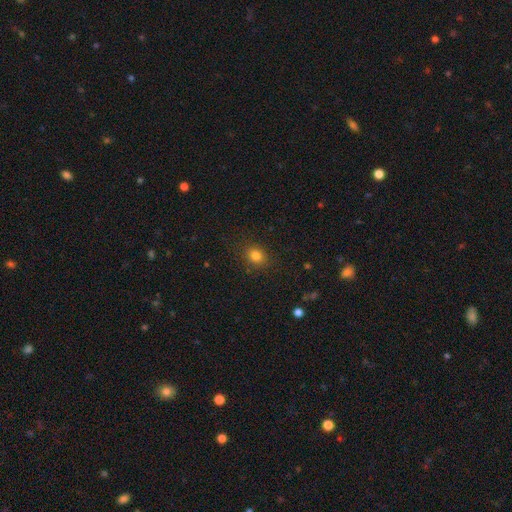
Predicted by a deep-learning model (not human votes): Smooth or featured: smooth — 81% (star or artifact — 13%)
How rounded: round — 64% (in between — 35%)
Merging: none — 87% (minor disturbance — 9%)